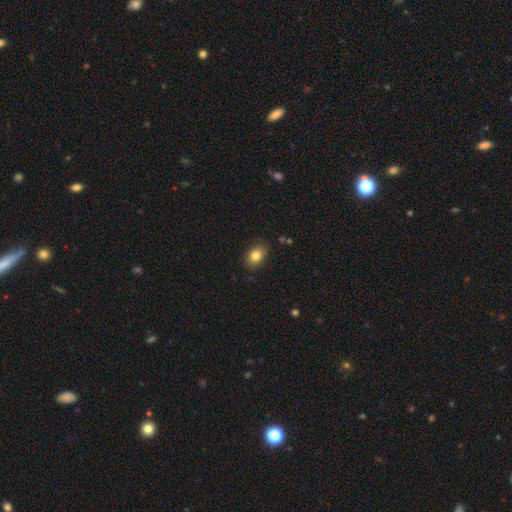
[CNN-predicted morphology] Smooth or featured? smooth (82%)
How rounded? in between (71%)
Merging? none (84%)